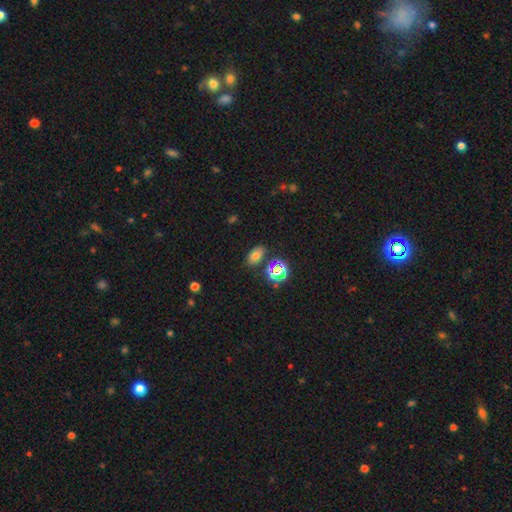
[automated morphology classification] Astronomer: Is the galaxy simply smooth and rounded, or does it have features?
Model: smooth — 68%.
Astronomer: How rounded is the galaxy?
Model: in between — 83%.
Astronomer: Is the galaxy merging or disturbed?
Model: none — 79%.